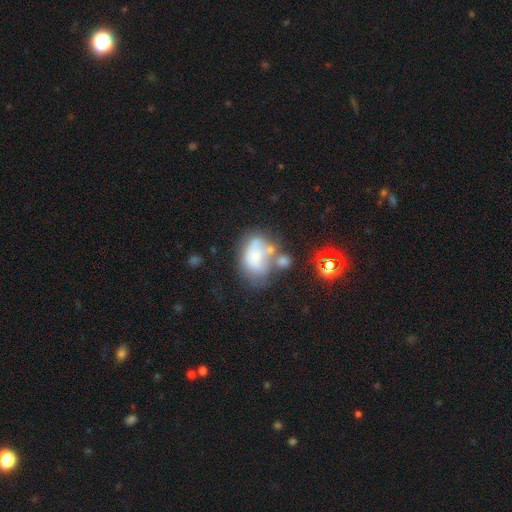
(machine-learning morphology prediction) Q: Smooth or featured?
A: smooth (50%); runner-up: featured or disk (37%)
Q: How rounded?
A: in between (75%); runner-up: round (24%)
Q: Merging?
A: merger (29%); runner-up: none (26%)